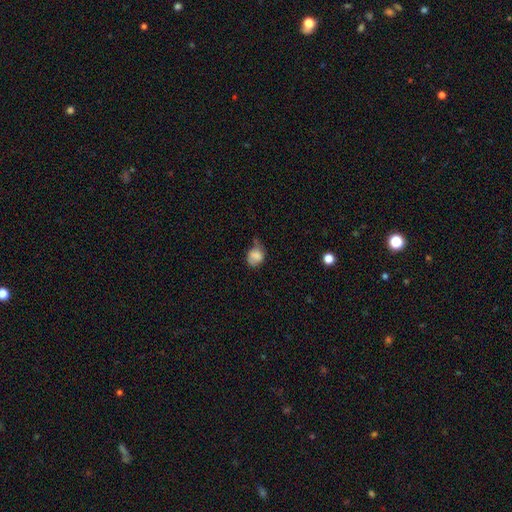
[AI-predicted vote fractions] Overall: smooth (75%). How rounded: round (55%; in between 44%). Merging: minor disturbance (41%; none 33%).